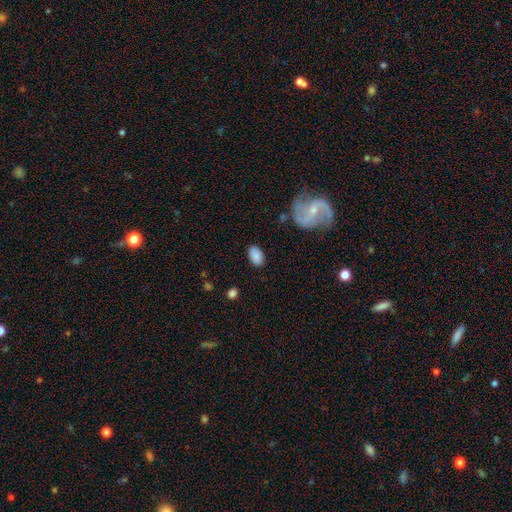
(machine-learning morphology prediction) smooth_or_featured: smooth (p=0.85) [alt: star or artifact p=0.08]
how_rounded: in between (p=0.92) [alt: round p=0.07]
merging: none (p=0.82) [alt: minor disturbance p=0.13]